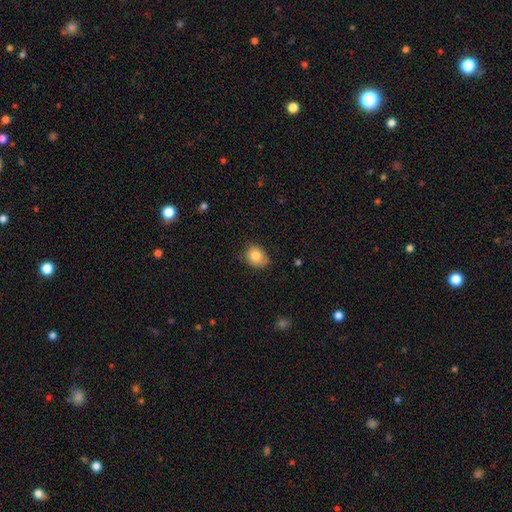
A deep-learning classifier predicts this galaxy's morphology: Smooth or featured? Predicted: smooth (p=0.82). How rounded? Predicted: in between (p=0.50). Merging? Predicted: none (p=0.71).